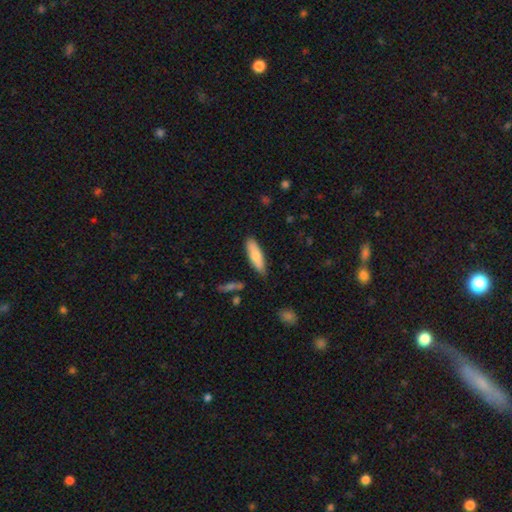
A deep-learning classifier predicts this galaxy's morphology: A smooth galaxy with no disk features (75%) that is cigar-shaped (57%).

Vote fractions:
- Smooth or featured? smooth: 75% / featured or disk: 19% / star or artifact: 6%
- How rounded? cigar-shaped: 57% / in between: 41% / round: 2%
- Merging? none: 83% / minor disturbance: 12% / major disturbance: 2% / merger: 2%